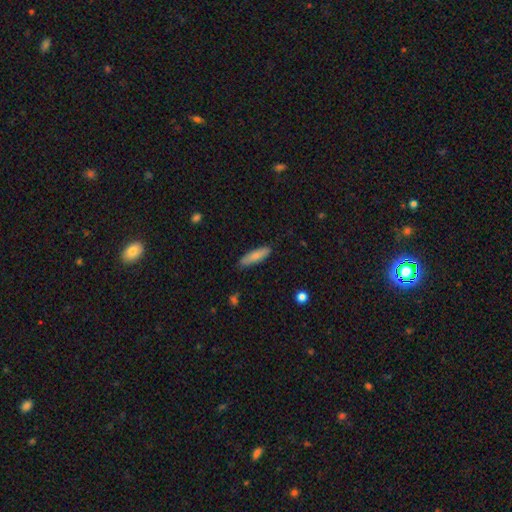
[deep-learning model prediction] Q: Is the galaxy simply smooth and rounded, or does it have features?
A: smooth — 79%.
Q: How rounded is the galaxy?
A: cigar-shaped — 62%.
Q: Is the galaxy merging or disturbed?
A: none — 86%.